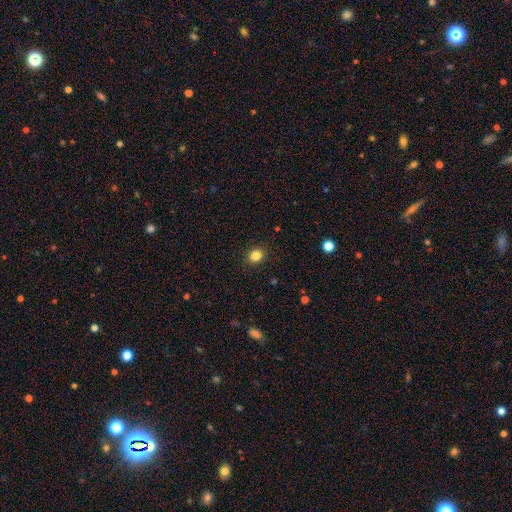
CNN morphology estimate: Smooth or featured?
  - smooth: 85% *
  - star or artifact: 11%
  - featured or disk: 4%
How rounded?
  - round: 76% *
  - in between: 23%
  - cigar-shaped: 1%
Merging?
  - none: 90% *
  - minor disturbance: 6%
  - major disturbance: 2%
  - merger: 1%